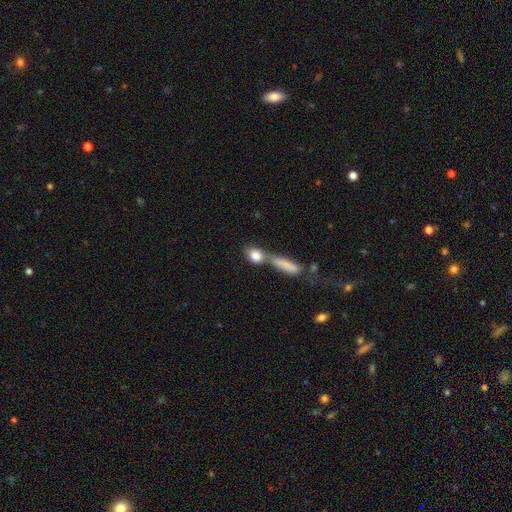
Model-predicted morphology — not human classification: smooth 81%, featured or disk 11%, star or artifact 8%. Down the decision tree: how rounded — in between (51%); merging — merger (51%).